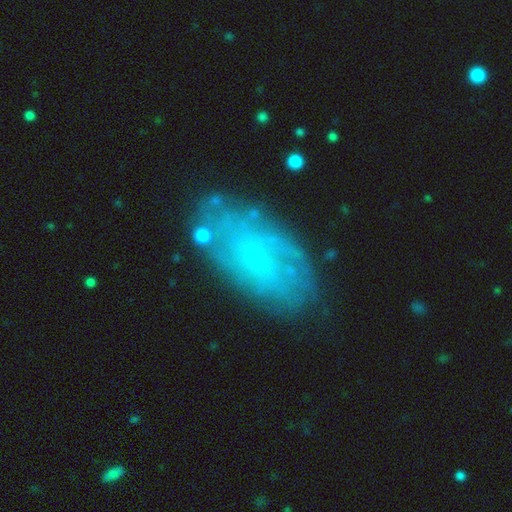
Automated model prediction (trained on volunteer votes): Overall: featured or disk (57%; smooth 35%). Edge-on disk: no (94%). Bar: no (64%; weak 30%). Spiral arms: yes (69%; no 31%). Bulge size: none (47%; small 40%). Merging: none (73%).